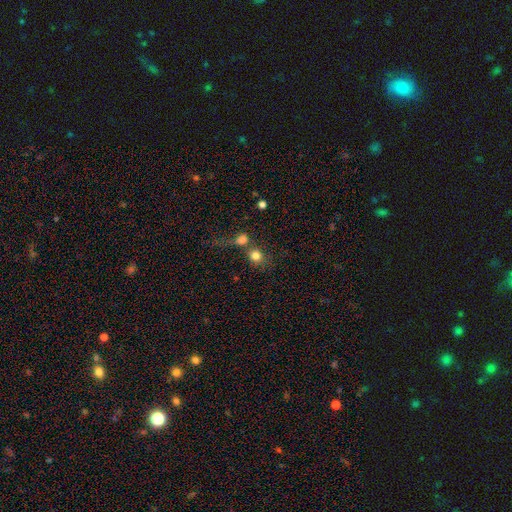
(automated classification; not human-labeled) smooth 79%, star or artifact 11%, featured or disk 9%. Down the decision tree: how rounded — round (79%); merging — merger (42%).